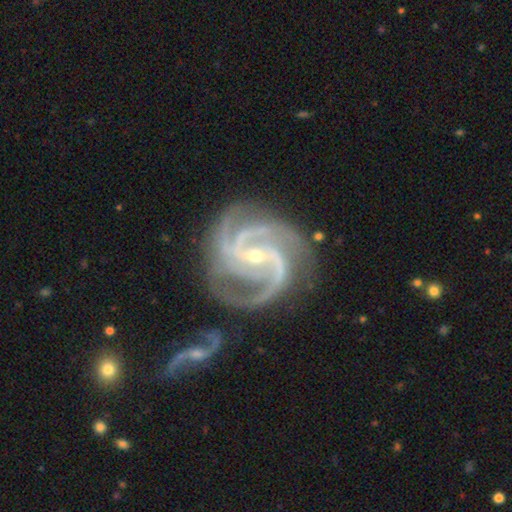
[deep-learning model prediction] Smooth or featured: featured or disk — 94% (star or artifact — 4%)
Edge-on disk: no — 98% (yes — 2%)
Bar: strong — 38% (weak — 36%)
Spiral arms: yes — 99% (no — 1%)
Spiral winding: medium — 57% (tight — 33%)
Spiral arm count: 3 — 50% (2 — 17%)
Bulge size: small — 79% (moderate — 18%)
Merging: none — 70% (minor disturbance — 17%)